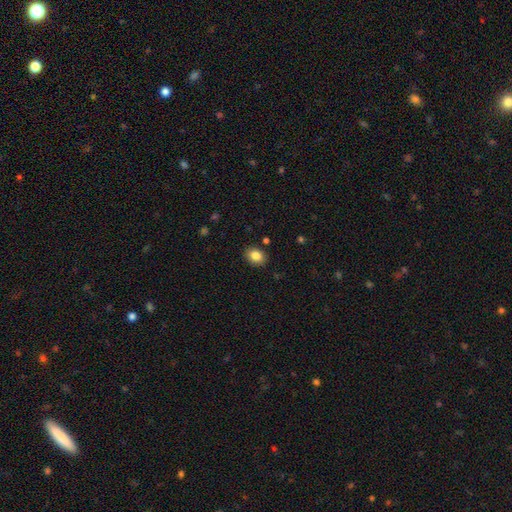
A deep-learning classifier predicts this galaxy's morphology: type=smooth (84%); roundness=in between (61%); merging=none (88%).